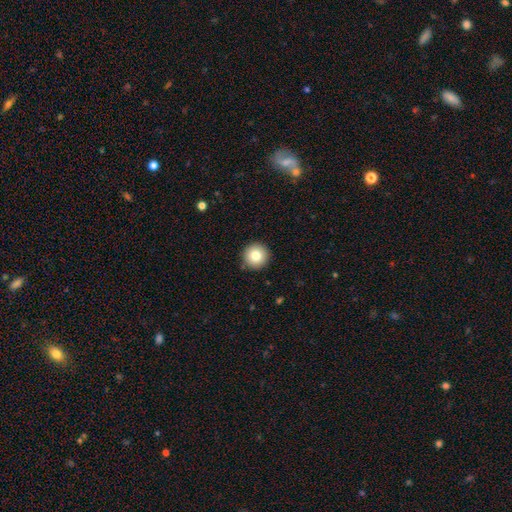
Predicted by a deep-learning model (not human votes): smooth-or-featured: smooth: 80% | featured or disk: 10% | star or artifact: 10%
  how-rounded: round: 96% | in between: 3% | cigar-shaped: 1%
  merging: none: 91% | minor disturbance: 6% | major disturbance: 2% | merger: 1%